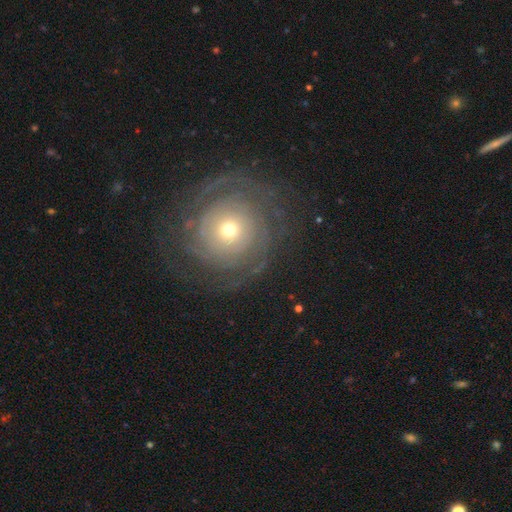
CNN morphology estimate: Smooth or featured: featured or disk — 72% (smooth — 17%)
Edge-on disk: no — 97% (yes — 3%)
Bar: no — 83% (weak — 13%)
Spiral arms: yes — 88% (no — 12%)
Spiral winding: tight — 78% (medium — 16%)
Spiral arm count: can't tell — 37% (2 — 24%)
Bulge size: moderate — 47% (small — 46%)
Merging: none — 82% (minor disturbance — 10%)